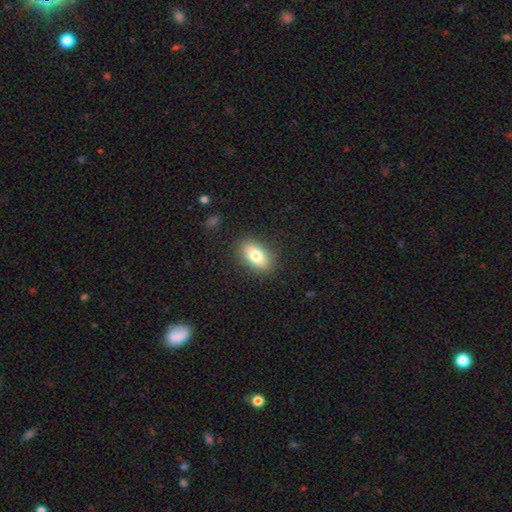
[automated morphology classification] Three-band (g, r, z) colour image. It shows a smooth galaxy with no disk features (76%) that is in between round and cigar-shaped (87%). Merging: none (87%).